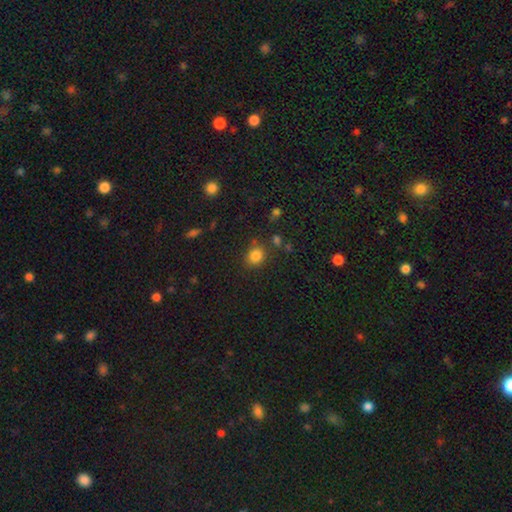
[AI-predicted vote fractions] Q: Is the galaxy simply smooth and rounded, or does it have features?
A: smooth — 82%.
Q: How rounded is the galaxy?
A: round — 74%.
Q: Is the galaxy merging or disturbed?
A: none — 79%.